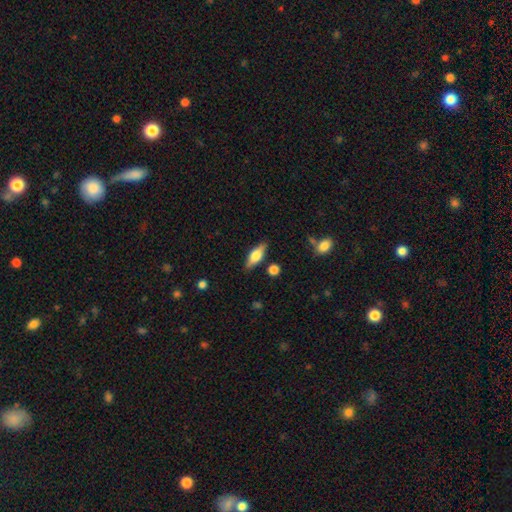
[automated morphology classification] Smooth or featured? Predicted: smooth (p=0.55). How rounded? Predicted: in between (p=0.65). Merging? Predicted: none (p=0.84).